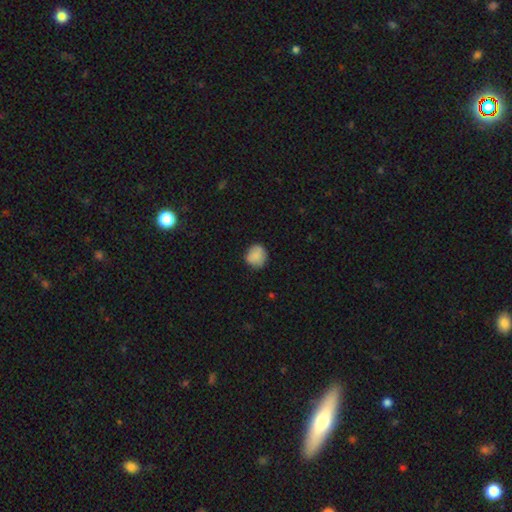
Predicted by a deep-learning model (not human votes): smooth 84%, featured or disk 8%, star or artifact 8%. Down the decision tree: how rounded — round (85%); merging — none (79%).